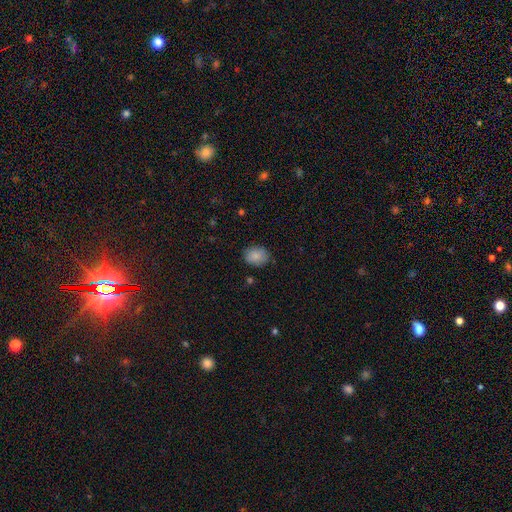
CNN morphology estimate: Overall: smooth (86%). How rounded: in between (50%; round 49%). Merging: none (81%).